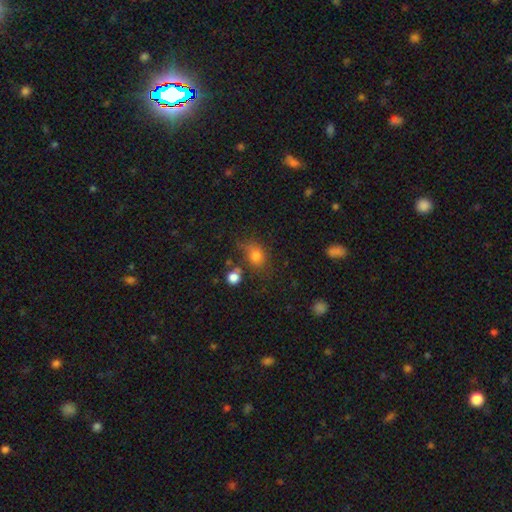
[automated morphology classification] smooth 76%, star or artifact 14%, featured or disk 11%. Down the decision tree: how rounded — in between (55%); merging — none (56%).